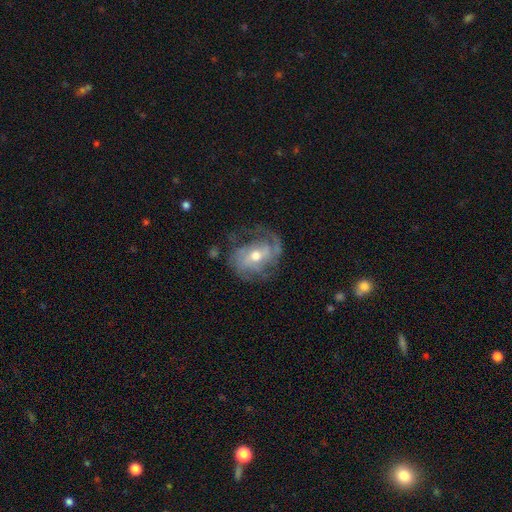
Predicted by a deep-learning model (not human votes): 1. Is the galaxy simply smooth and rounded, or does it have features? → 81% featured or disk, 13% smooth, 6% star or artifact.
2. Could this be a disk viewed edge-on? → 96% no, 4% yes.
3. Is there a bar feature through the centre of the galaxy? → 41% weak, 40% no, 19% strong.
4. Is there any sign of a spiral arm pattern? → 89% yes, 11% no.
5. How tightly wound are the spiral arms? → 41% medium, 37% tight, 23% loose.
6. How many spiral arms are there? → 43% 2, 25% can't tell, 15% 3, 9% 1, 4% 4, 3% more than 4.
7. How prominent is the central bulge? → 67% moderate, 28% small, 4% large, 1% none, 1% dominant.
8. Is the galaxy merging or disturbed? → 59% none, 21% minor disturbance, 18% major disturbance, 2% merger.